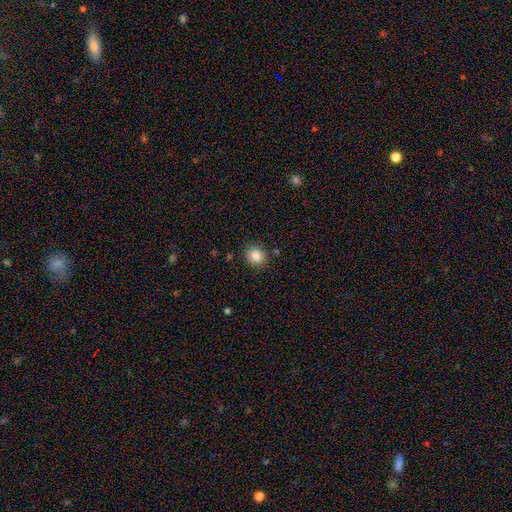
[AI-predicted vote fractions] smooth 85%, star or artifact 10%, featured or disk 5%. Down the decision tree: how rounded — round (83%); merging — none (87%).